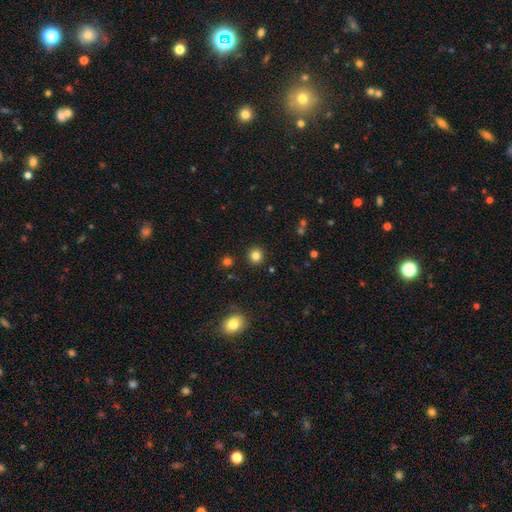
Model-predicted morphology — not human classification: This is clearly a smooth galaxy (82%). How rounded: clearly round (93%). Merging: clearly none (91%).